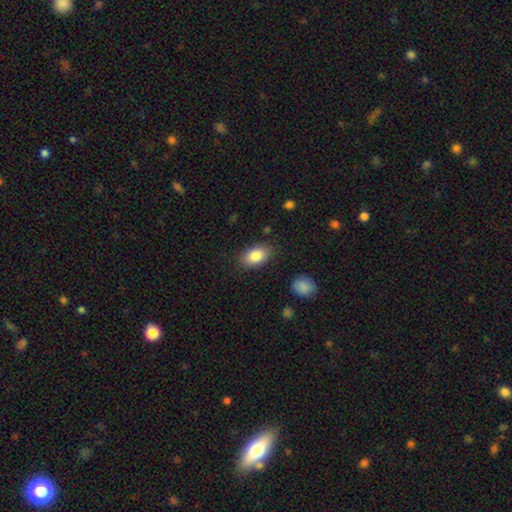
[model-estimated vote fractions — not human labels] This appears to be a smooth galaxy with no disk features (85%) that is in between round and cigar-shaped (90%). Merging: none (84%).